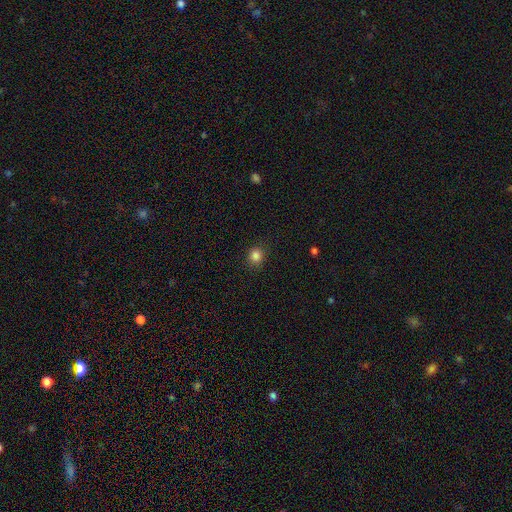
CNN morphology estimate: Smooth or featured?
  - smooth: 84% *
  - star or artifact: 12%
  - featured or disk: 4%
How rounded?
  - round: 82% *
  - in between: 17%
  - cigar-shaped: 1%
Merging?
  - none: 88% *
  - minor disturbance: 8%
  - major disturbance: 2%
  - merger: 1%